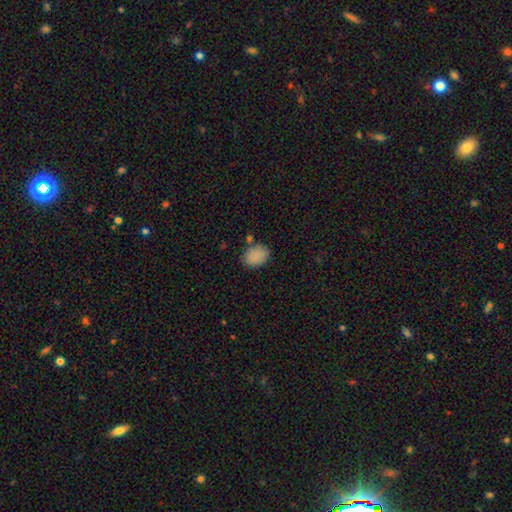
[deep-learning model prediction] Q: Smooth or featured?
A: smooth (87%); runner-up: star or artifact (8%)
Q: How rounded?
A: in between (69%); runner-up: round (30%)
Q: Merging?
A: none (76%); runner-up: minor disturbance (14%)